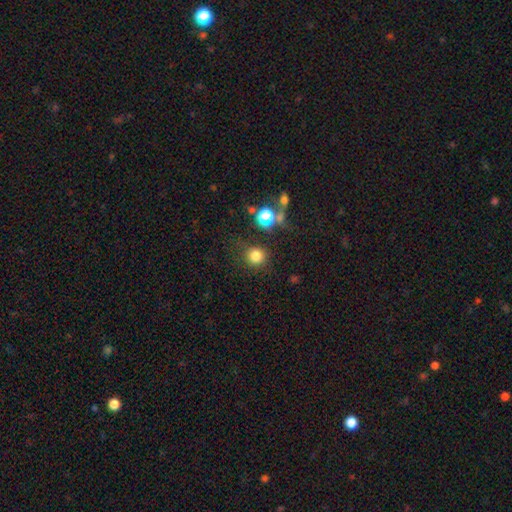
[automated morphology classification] Smooth or featured? smooth (80%)
How rounded? round (92%)
Merging? none (78%)